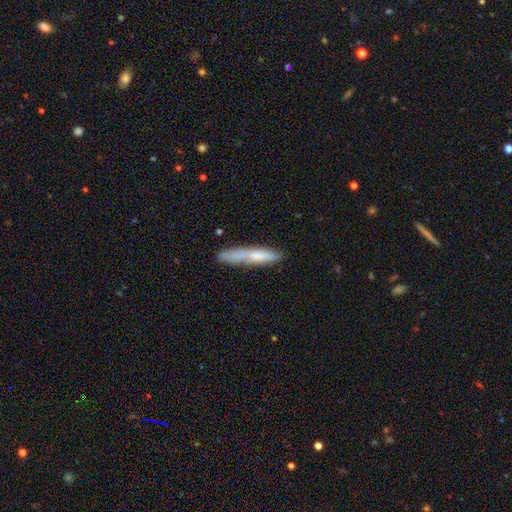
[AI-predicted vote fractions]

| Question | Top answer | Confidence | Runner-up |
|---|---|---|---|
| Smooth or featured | smooth | 63% | featured or disk (31%) |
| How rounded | cigar-shaped | 92% | in between (7%) |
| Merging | none | 68% | minor disturbance (21%) |